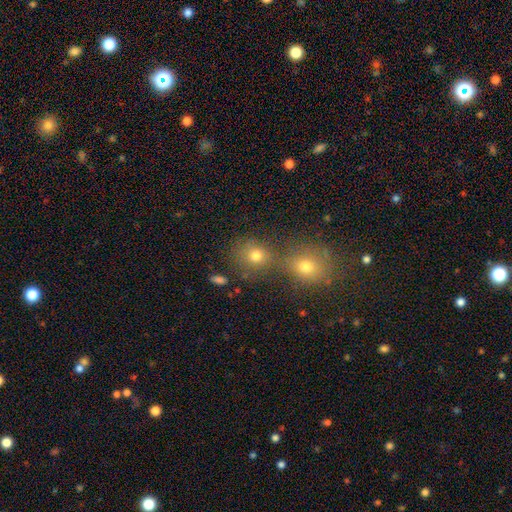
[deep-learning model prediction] Overall: smooth (73%). How rounded: round (73%). Merging: none (48%; merger 38%).